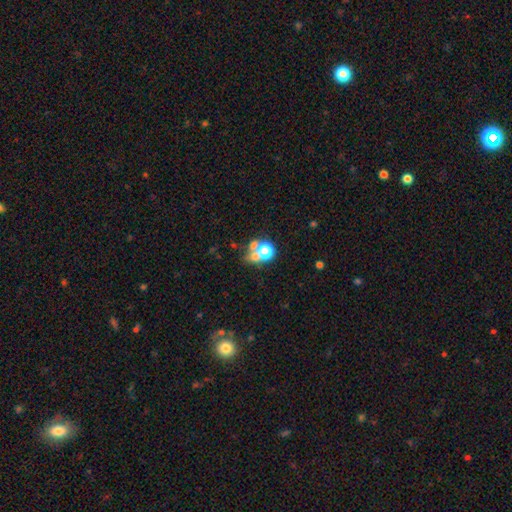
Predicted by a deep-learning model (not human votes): Smooth or featured: smooth — 56% (star or artifact — 23%)
How rounded: round — 69% (in between — 30%)
Merging: merger — 50% (none — 34%)